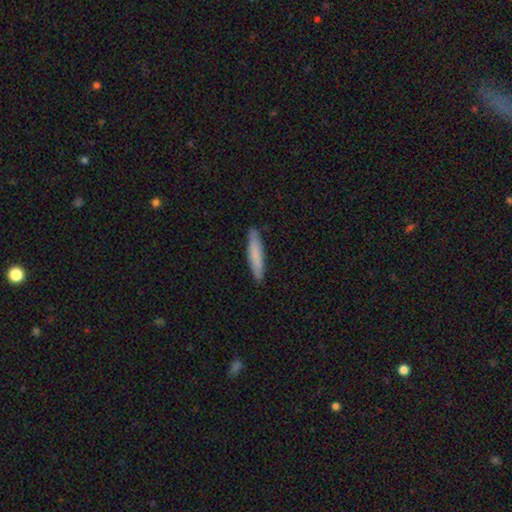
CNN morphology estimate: A smooth galaxy with no disk features (81%) that is cigar-shaped (90%). Merging: none (89%).